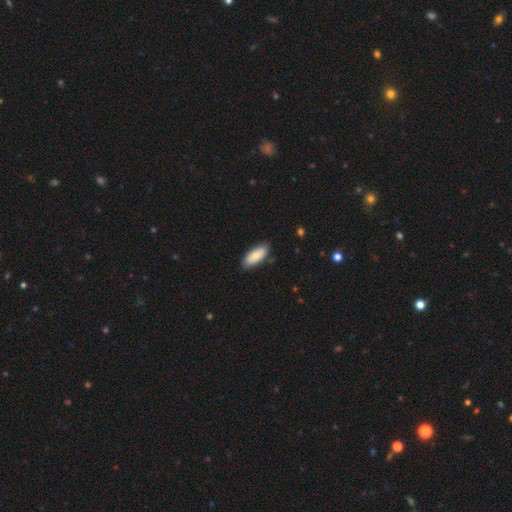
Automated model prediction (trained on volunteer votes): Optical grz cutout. It shows a smooth galaxy with no disk features (78%) that is in between round and cigar-shaped (84%). Merging: none (82%).